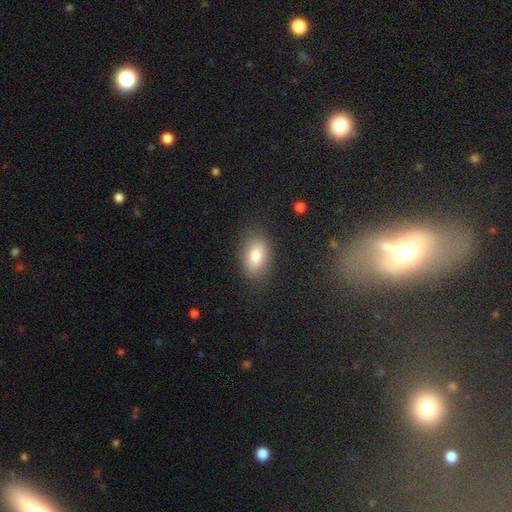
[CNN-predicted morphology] Smooth or featured: smooth — 82% (featured or disk — 10%)
How rounded: in between — 88% (round — 10%)
Merging: none — 83% (minor disturbance — 12%)